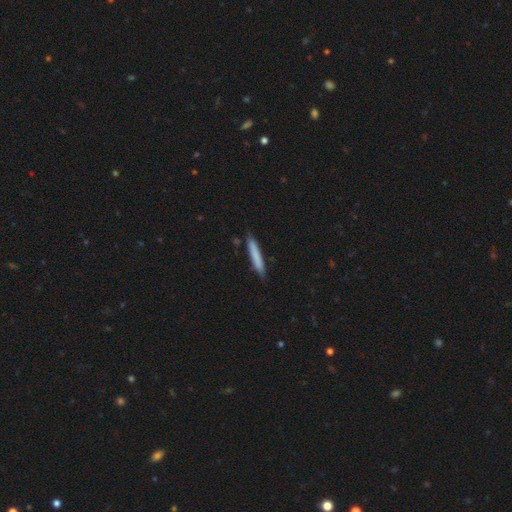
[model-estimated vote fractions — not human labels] Overall: smooth (78%). How rounded: cigar-shaped (94%). Merging: none (84%).